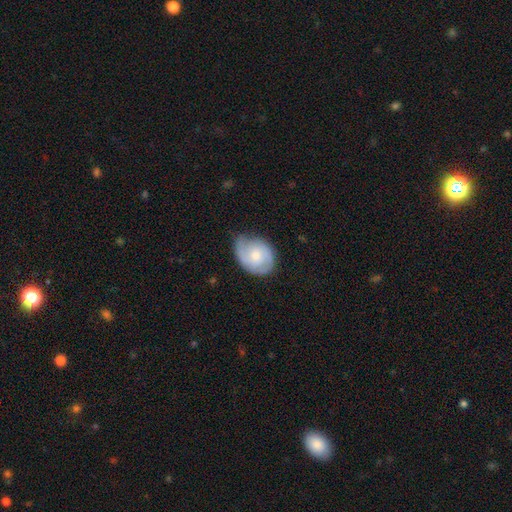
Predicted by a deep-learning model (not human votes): Smooth or featured?
  - featured or disk: 63% *
  - smooth: 31%
  - star or artifact: 6%
Edge-on disk?
  - no: 97% *
  - yes: 3%
Bar?
  - no: 72% *
  - weak: 25%
  - strong: 3%
Spiral arms?
  - yes: 88% *
  - no: 12%
Spiral winding?
  - tight: 46% *
  - medium: 39%
  - loose: 14%
Spiral arm count?
  - 2: 56% *
  - can't tell: 21%
  - 3: 10%
  - 1: 8%
  - 4: 2%
  - more than 4: 2%
Bulge size?
  - moderate: 52% *
  - small: 42%
  - large: 3%
  - none: 2%
  - dominant: 1%
Merging?
  - none: 59% *
  - minor disturbance: 31%
  - major disturbance: 9%
  - merger: 1%